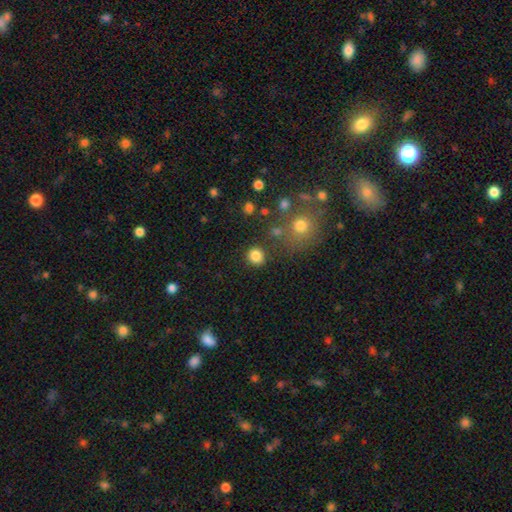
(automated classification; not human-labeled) Overall: smooth (84%). How rounded: round (90%). Merging: none (86%).